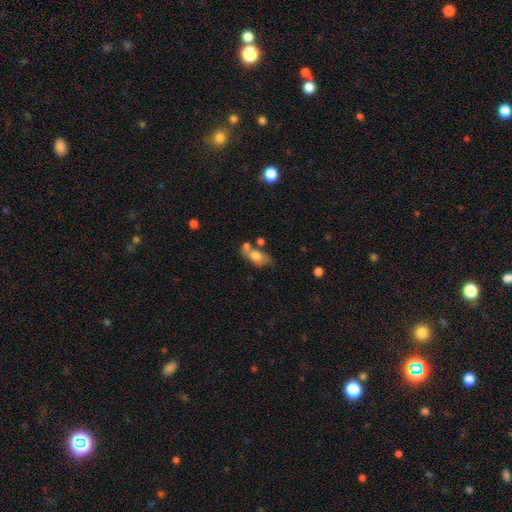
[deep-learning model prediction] Smooth or featured? Predicted: smooth (p=0.65). How rounded? Predicted: in between (p=0.79). Merging? Predicted: merger (p=0.36, tied with none).